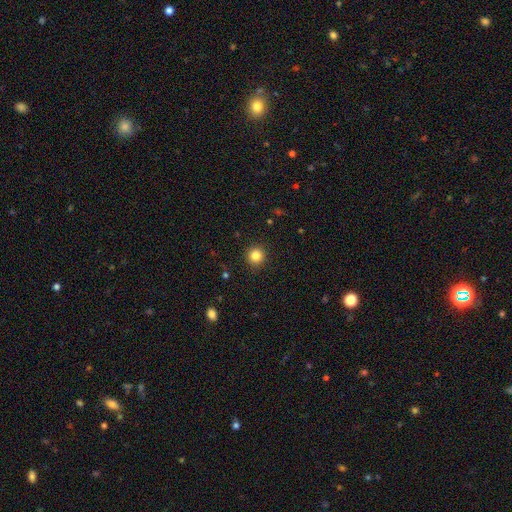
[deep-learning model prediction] Morphology: type=smooth (84%); roundness=round (94%); merging=none (92%).